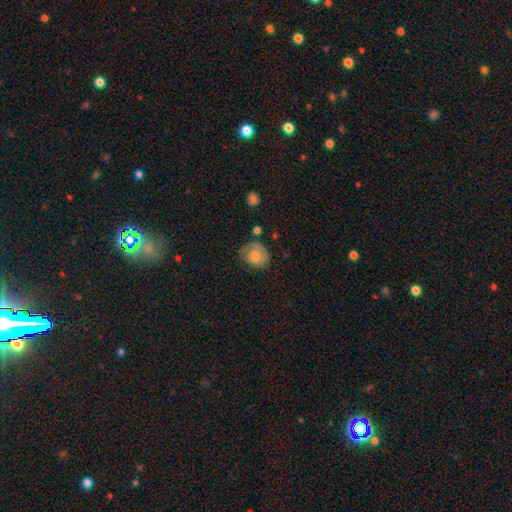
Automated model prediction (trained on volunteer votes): Smooth or featured? featured or disk (47%)
Merging? none (53%)